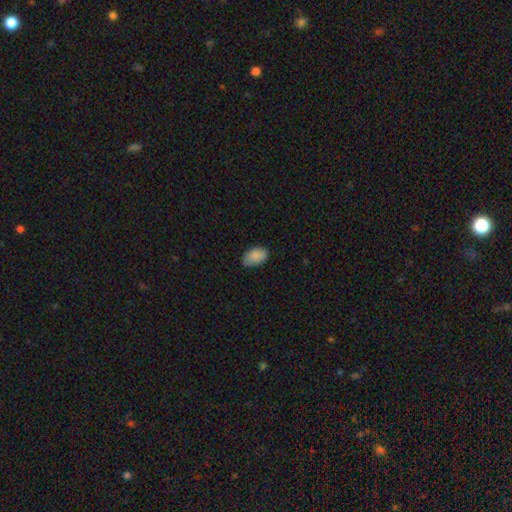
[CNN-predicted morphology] Smooth or featured? smooth (87%)
How rounded? in between (91%)
Merging? none (70%)